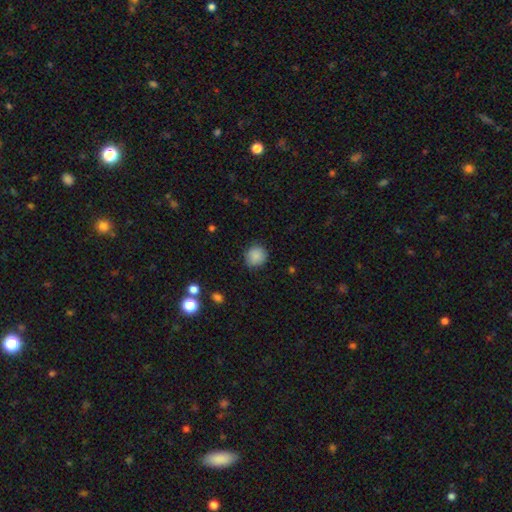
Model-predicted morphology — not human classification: Smooth or featured? smooth (87%)
How rounded? round (90%)
Merging? none (86%)